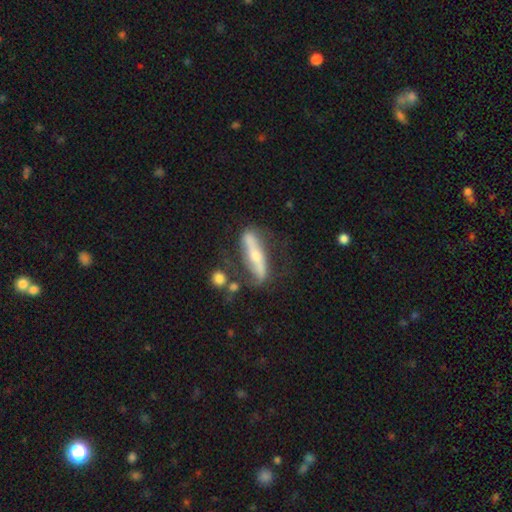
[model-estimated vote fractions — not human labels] Smooth or featured? featured or disk (70%)
Edge-on disk? no (51%)
Merging? none (63%)